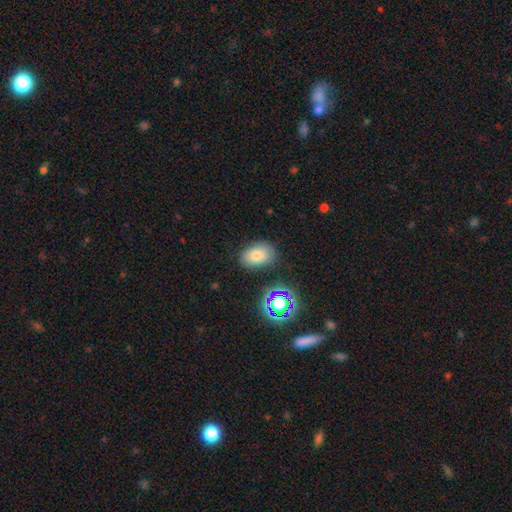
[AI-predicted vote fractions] This is likely a smooth galaxy (77%). How rounded: clearly in between (84%). Merging: likely none (79%).